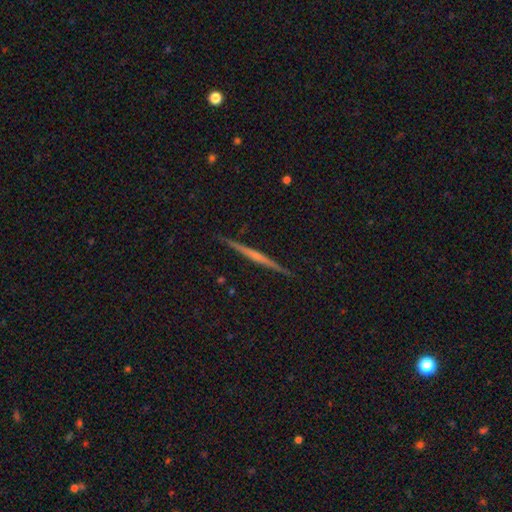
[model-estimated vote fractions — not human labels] smooth_or_featured: featured or disk (p=0.69) [alt: smooth p=0.25]
disk_edge_on: yes (p=0.98) [alt: no p=0.02]
edge_on_bulge: none (p=0.69) [alt: rounded p=0.22]
merging: none (p=0.92) [alt: minor disturbance p=0.06]